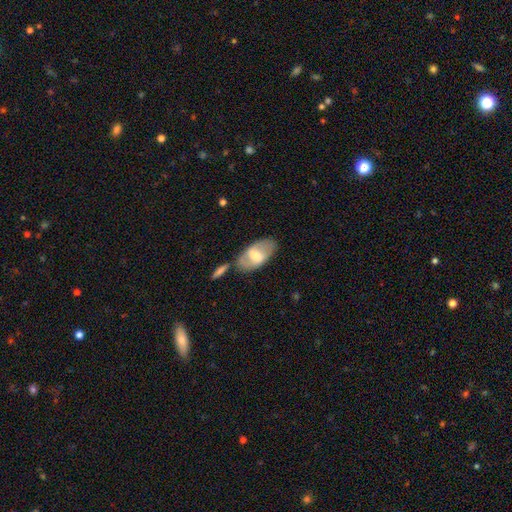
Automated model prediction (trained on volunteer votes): smooth_or_featured: smooth (p=0.51) [alt: featured or disk p=0.43]
how_rounded: in between (p=0.92) [alt: cigar-shaped p=0.04]
merging: none (p=0.67) [alt: minor disturbance p=0.16]